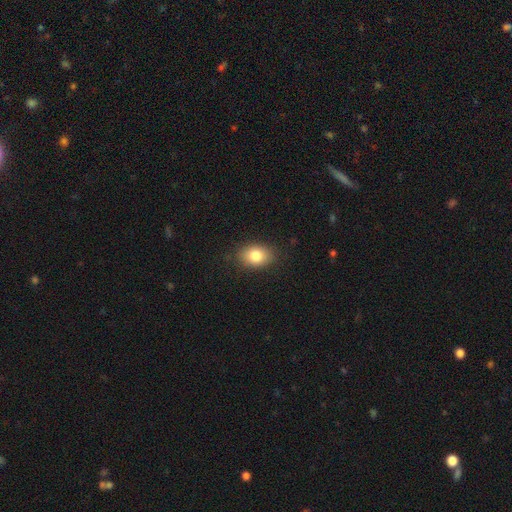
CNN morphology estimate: Smooth or featured? smooth (82%)
How rounded? in between (77%)
Merging? none (85%)